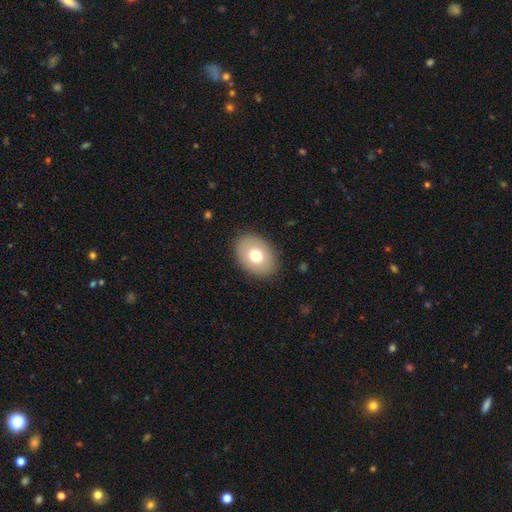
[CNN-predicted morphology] Smooth or featured: smooth — 71% (featured or disk — 21%)
How rounded: in between — 75% (round — 24%)
Merging: none — 87% (minor disturbance — 9%)